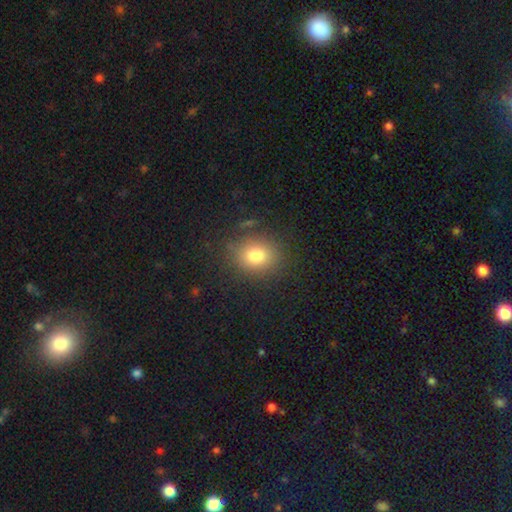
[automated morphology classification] smooth_or_featured: smooth (p=0.80) [alt: star or artifact p=0.12]
how_rounded: round (p=0.62) [alt: in between p=0.37]
merging: none (p=0.82) [alt: minor disturbance p=0.11]